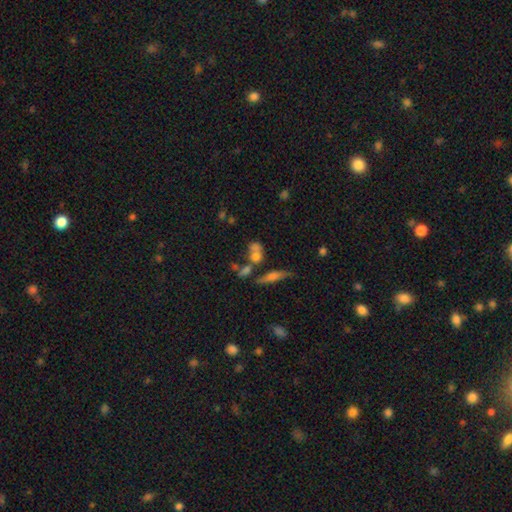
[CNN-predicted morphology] Smooth or featured? smooth (63%)
How rounded? in between (49%)
Merging? merger (44%)